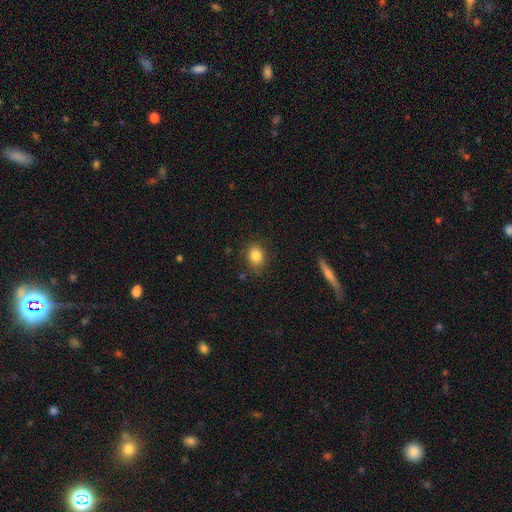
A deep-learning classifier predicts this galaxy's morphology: A smooth galaxy with no disk features (84%) that is in between round and cigar-shaped (50%). Merging: none (82%).